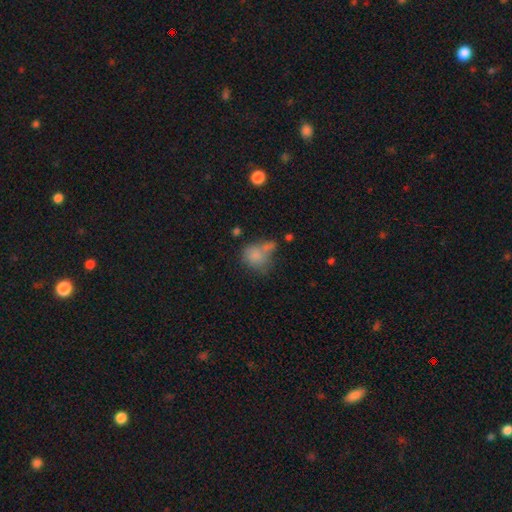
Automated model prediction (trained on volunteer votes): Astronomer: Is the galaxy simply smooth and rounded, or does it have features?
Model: smooth — 76%.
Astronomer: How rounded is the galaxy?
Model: round — 55% (runner-up: in between, 43%).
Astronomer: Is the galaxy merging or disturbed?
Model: none — 37% (runner-up: merger, 27%).